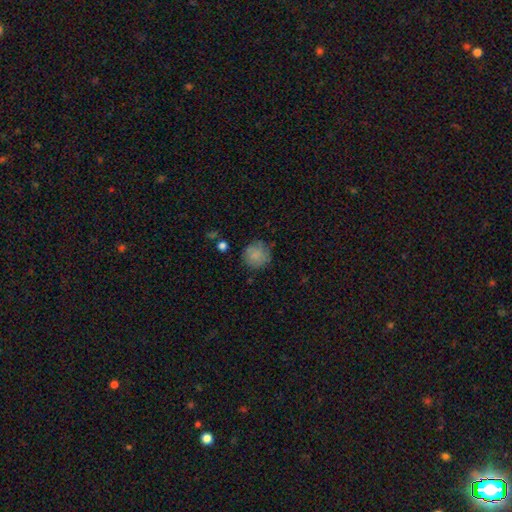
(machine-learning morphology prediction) smooth 78%, featured or disk 13%, star or artifact 10%. Down the decision tree: how rounded — round (90%); merging — none (73%).